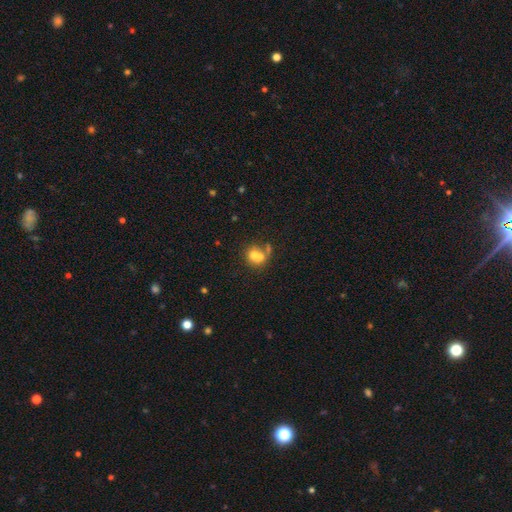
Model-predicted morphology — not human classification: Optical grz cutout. It shows a smooth galaxy with no disk features (65%) that is round (74%). Merging: merger (56%).